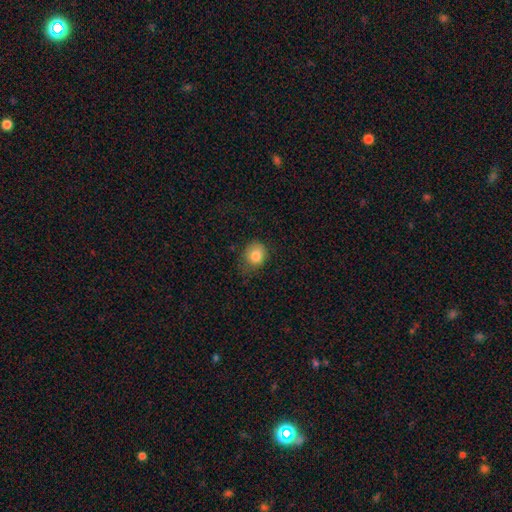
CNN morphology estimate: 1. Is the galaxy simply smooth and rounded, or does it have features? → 82% smooth, 10% star or artifact, 8% featured or disk.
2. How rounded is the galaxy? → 63% round, 36% in between, 1% cigar-shaped.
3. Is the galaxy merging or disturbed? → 58% none, 31% minor disturbance, 10% major disturbance, 2% merger.